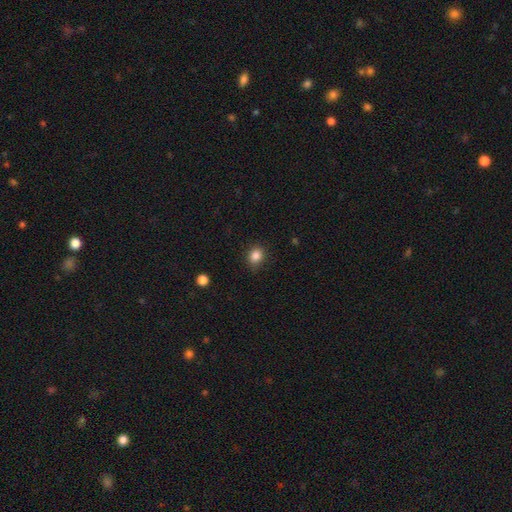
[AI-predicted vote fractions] Smooth or featured? Predicted: smooth (p=0.85). How rounded? Predicted: round (p=0.64). Merging? Predicted: none (p=0.85).